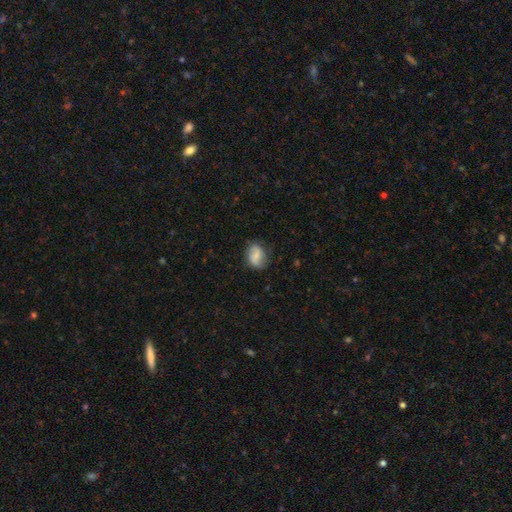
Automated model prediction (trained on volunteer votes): Smooth or featured? Predicted: smooth (p=0.48). Merging? Predicted: none (p=0.71).